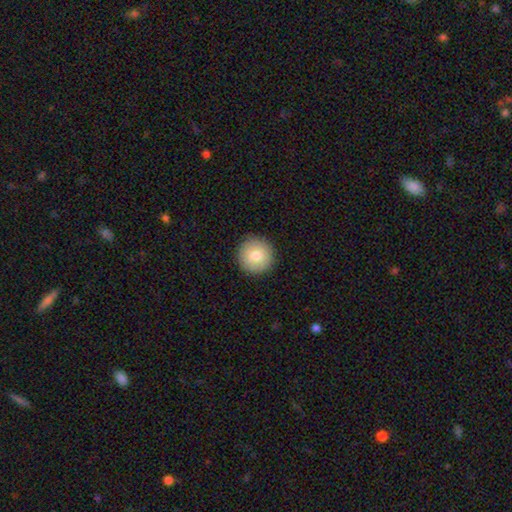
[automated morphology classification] Smooth or featured: smooth — 80% (featured or disk — 11%)
How rounded: round — 95% (in between — 4%)
Merging: none — 91% (minor disturbance — 6%)